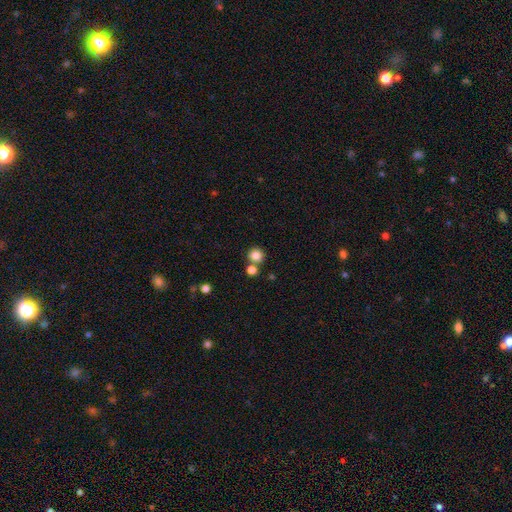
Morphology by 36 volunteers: Overall: smooth (94%). How rounded: round (91%). Merging: none (69%).